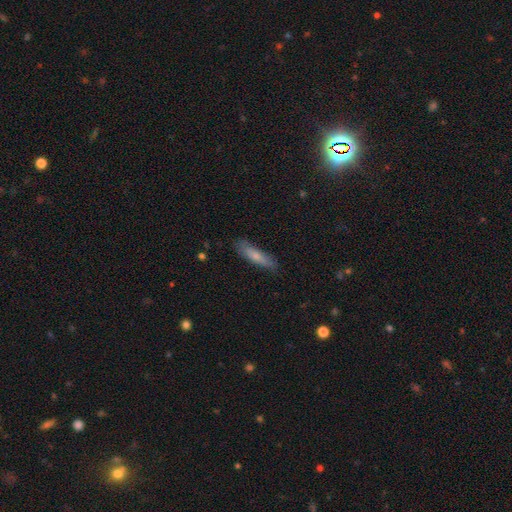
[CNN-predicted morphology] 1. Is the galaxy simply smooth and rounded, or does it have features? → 70% smooth, 24% featured or disk, 6% star or artifact.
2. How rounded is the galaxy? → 74% cigar-shaped, 24% in between, 2% round.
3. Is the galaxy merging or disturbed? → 80% none, 16% minor disturbance, 3% major disturbance, 1% merger.